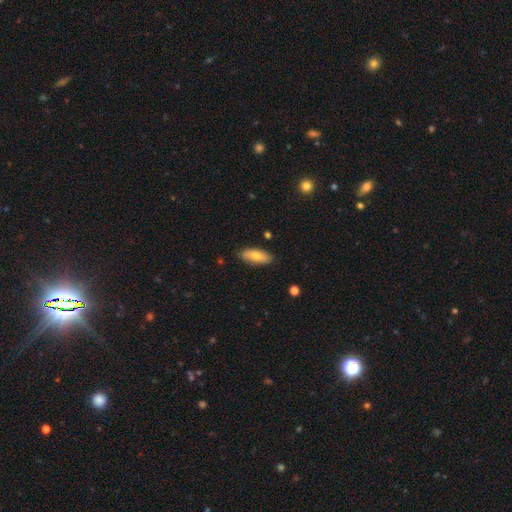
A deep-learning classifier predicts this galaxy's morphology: This appears to be a smooth galaxy with no disk features (72%) that is in between round and cigar-shaped (83%). Merging: none (84%).